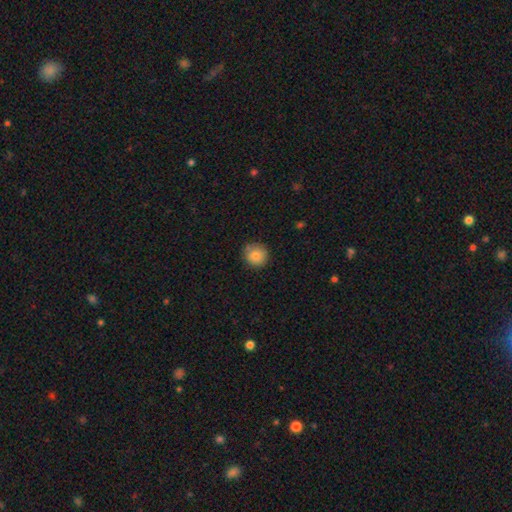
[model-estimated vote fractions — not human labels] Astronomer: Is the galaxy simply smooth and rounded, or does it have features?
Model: smooth — 84%.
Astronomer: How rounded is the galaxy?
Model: round — 92%.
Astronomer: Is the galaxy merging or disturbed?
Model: none — 83%.